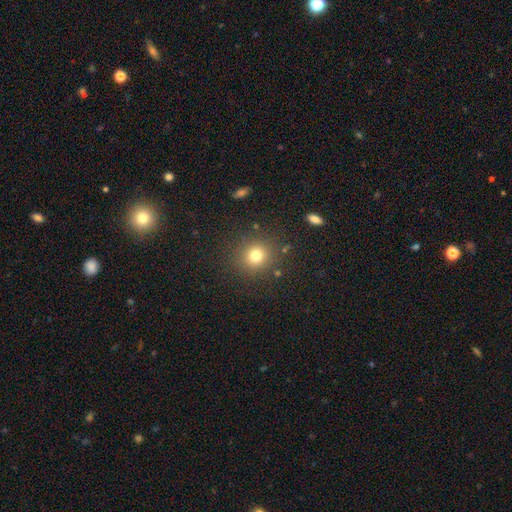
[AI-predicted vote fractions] Morphology: type=smooth (77%); roundness=round (89%); merging=none (86%).